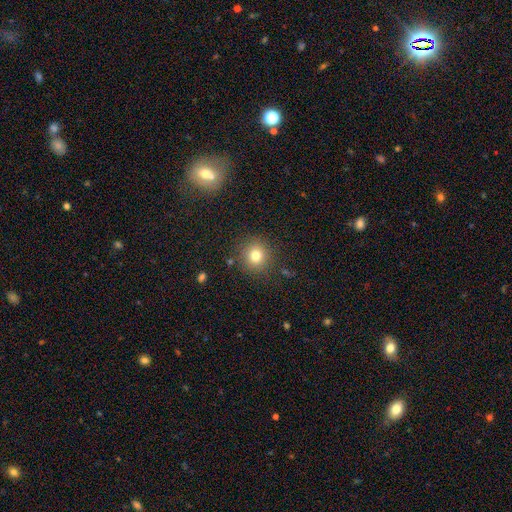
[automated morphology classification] This appears to be a smooth galaxy with no disk features (79%) that is round (92%). Merging: none (87%).